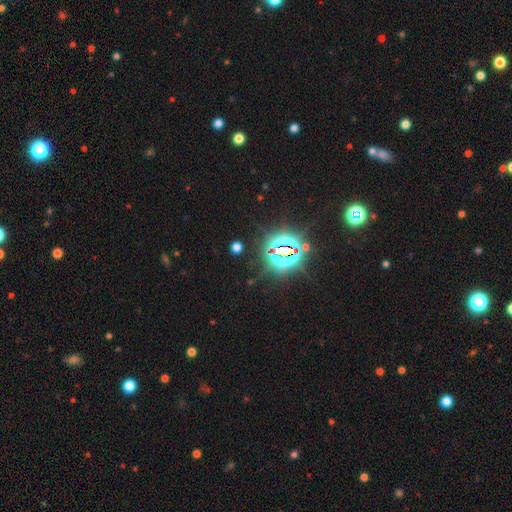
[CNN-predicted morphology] Smooth or featured? Predicted: star or artifact (p=0.82).